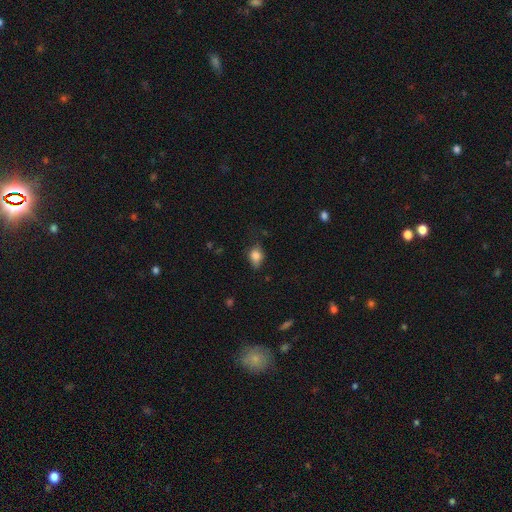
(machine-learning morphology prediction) Smooth or featured: smooth — 80% (featured or disk — 11%)
How rounded: in between — 68% (round — 30%)
Merging: none — 57% (minor disturbance — 31%)